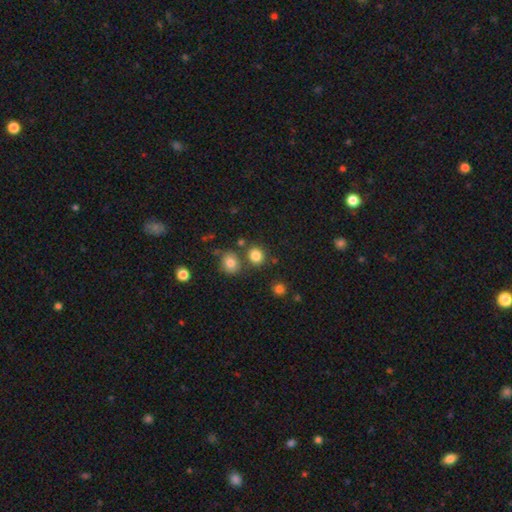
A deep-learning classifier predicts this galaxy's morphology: Q: Smooth or featured?
A: smooth (82%); runner-up: star or artifact (12%)
Q: How rounded?
A: round (77%); runner-up: in between (22%)
Q: Merging?
A: none (74%); runner-up: merger (14%)